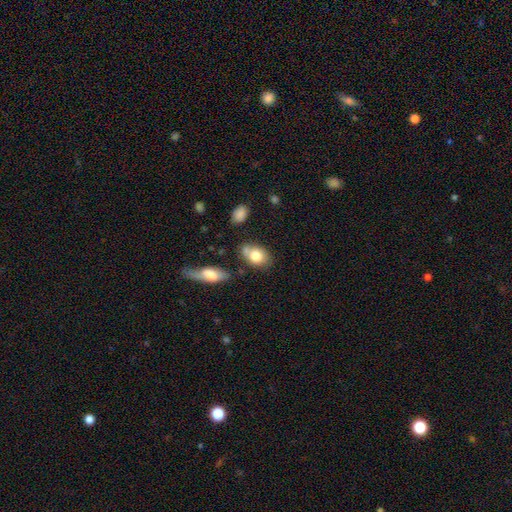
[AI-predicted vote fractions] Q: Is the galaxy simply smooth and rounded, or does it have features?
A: smooth — 79%.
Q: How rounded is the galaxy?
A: in between — 78%.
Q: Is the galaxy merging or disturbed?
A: none — 56%.